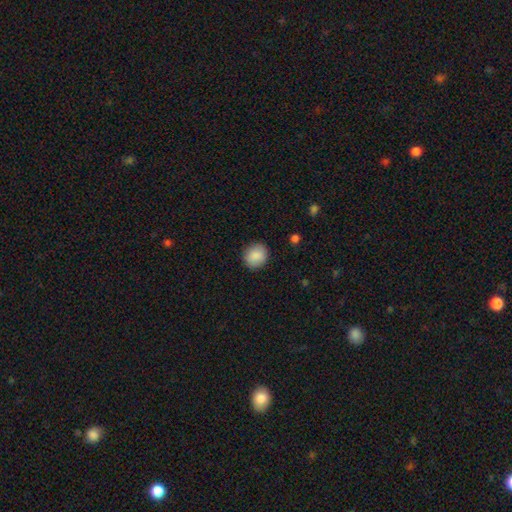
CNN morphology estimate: type=smooth (89%); roundness=round (80%); merging=none (89%).